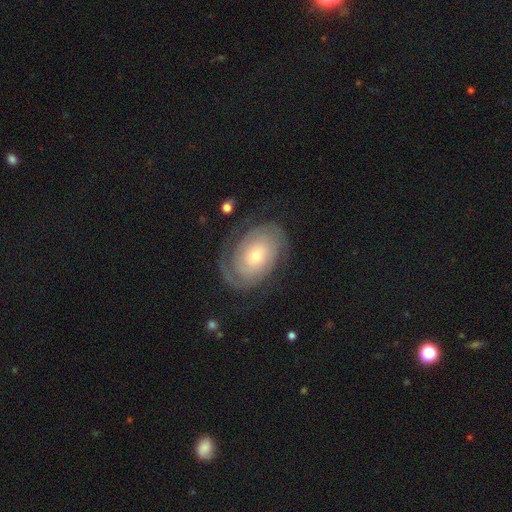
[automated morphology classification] A featured or disk galaxy (83%) with no bar (77%), 2 (61%) tight (74%) spiral arms (95%) and a small central bulge (54%).

Vote fractions:
- Smooth or featured? featured or disk: 83% / smooth: 12% / star or artifact: 5%
- Edge-on disk? no: 97% / yes: 3%
- Bar? no: 77% / weak: 18% / strong: 5%
- Spiral arms? yes: 95% / no: 5%
- Spiral winding? tight: 74% / medium: 20% / loose: 6%
- Spiral arm count? 2: 61% / can't tell: 21% / 3: 7% / 1: 6% / 4: 3% / more than 4: 3%
- Bulge size? small: 54% / moderate: 38% / large: 5% / none: 2% / dominant: 1%
- Merging? none: 76% / minor disturbance: 14% / major disturbance: 8% / merger: 1%